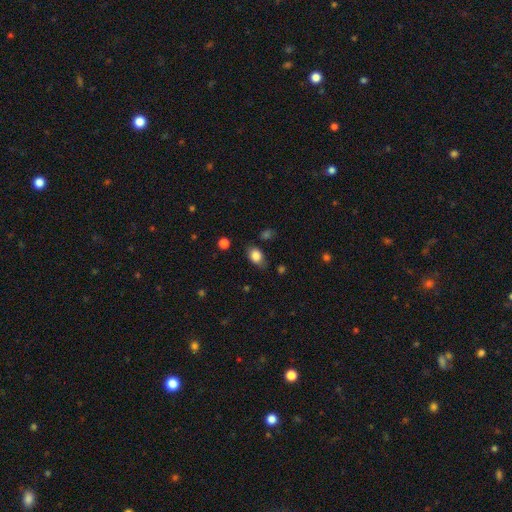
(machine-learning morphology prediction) This appears to be a smooth galaxy with no disk features (83%) that is in between round and cigar-shaped (76%). Merging: none (72%).